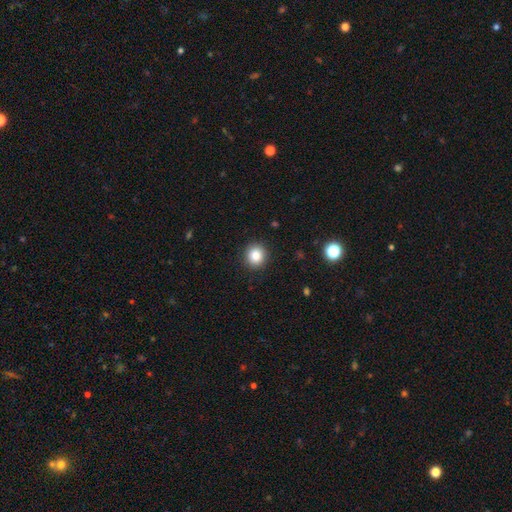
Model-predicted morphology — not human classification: Overall: smooth (84%). How rounded: round (90%). Merging: none (91%).